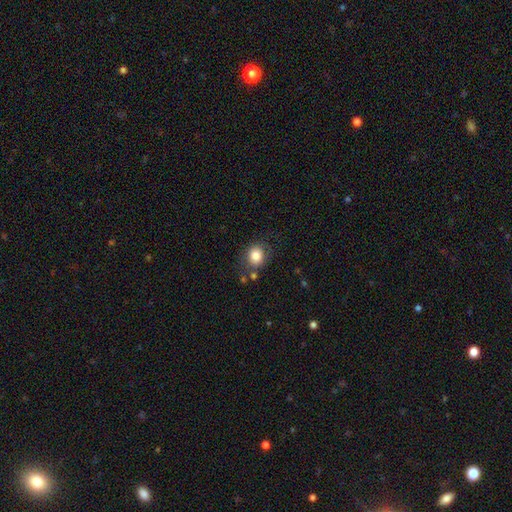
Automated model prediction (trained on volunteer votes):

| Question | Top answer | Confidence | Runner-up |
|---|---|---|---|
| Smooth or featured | smooth | 83% | star or artifact (9%) |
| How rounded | round | 67% | in between (32%) |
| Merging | none | 73% | minor disturbance (16%) |